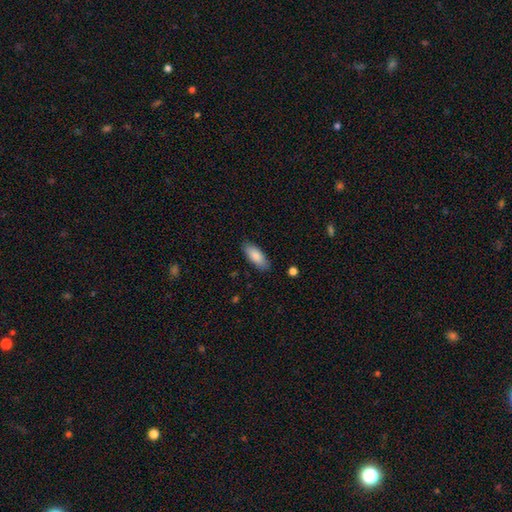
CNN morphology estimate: Smooth or featured? smooth (86%)
How rounded? in between (79%)
Merging? none (86%)